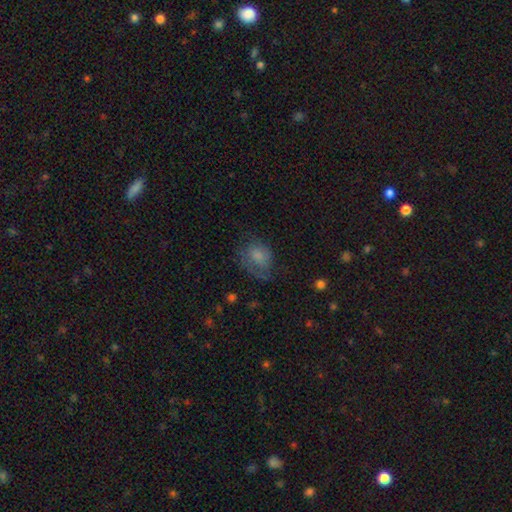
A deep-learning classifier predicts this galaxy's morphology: The model was most divided on "how rounded": in between: 54%, round: 45%, cigar-shaped: 1%. Remaining: smooth or featured — smooth (57%); merging — none (50%).